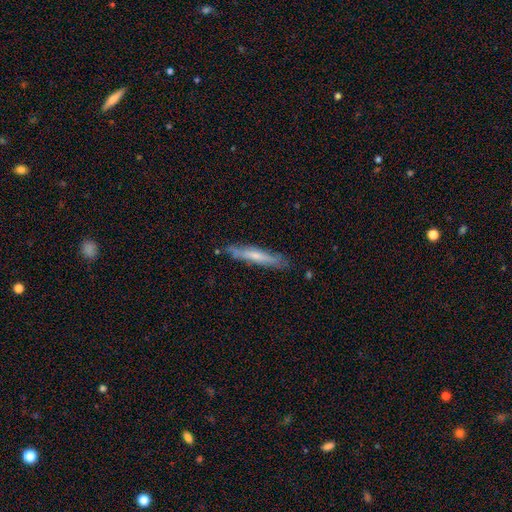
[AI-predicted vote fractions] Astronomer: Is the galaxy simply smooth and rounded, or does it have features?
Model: smooth — 49% (runner-up: featured or disk, 45%).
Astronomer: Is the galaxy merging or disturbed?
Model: none — 78%.